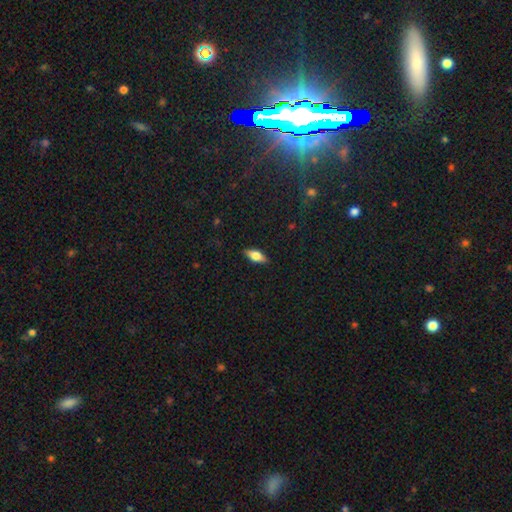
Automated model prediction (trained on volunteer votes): smooth 64%, featured or disk 29%, star or artifact 7%. Down the decision tree: how rounded — in between (77%); merging — none (88%).